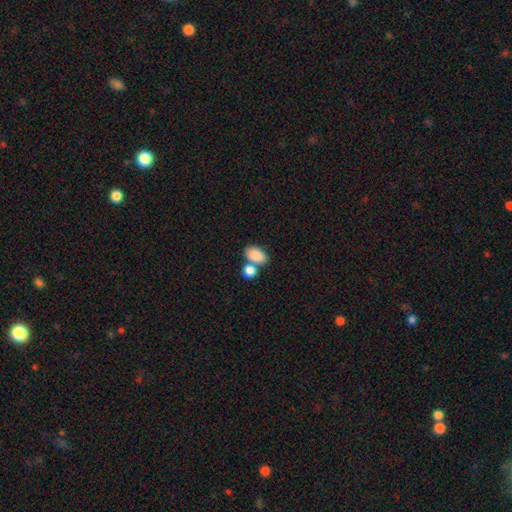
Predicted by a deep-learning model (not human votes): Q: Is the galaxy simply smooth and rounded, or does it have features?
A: smooth — 86%.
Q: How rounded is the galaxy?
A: in between — 88%.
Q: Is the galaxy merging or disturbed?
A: none — 49%.